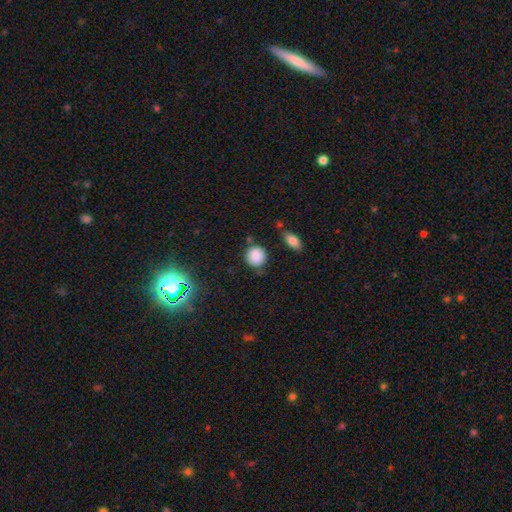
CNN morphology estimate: Q: Smooth or featured?
A: smooth (84%); runner-up: star or artifact (10%)
Q: How rounded?
A: round (87%); runner-up: in between (12%)
Q: Merging?
A: none (77%); runner-up: minor disturbance (15%)